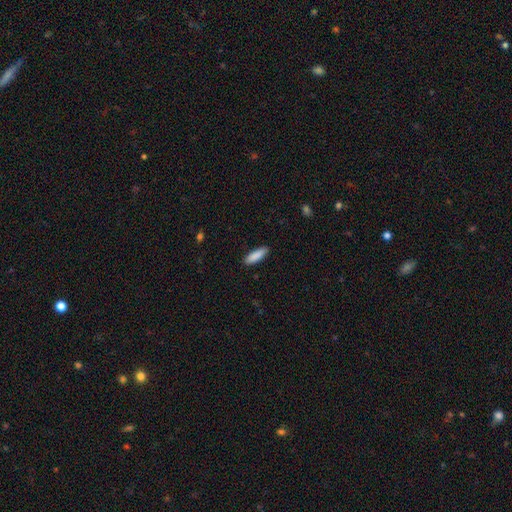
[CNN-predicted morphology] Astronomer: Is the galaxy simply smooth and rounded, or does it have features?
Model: smooth — 89%.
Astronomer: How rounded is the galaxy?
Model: cigar-shaped — 57% (runner-up: in between, 42%).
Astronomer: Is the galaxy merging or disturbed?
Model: none — 89%.